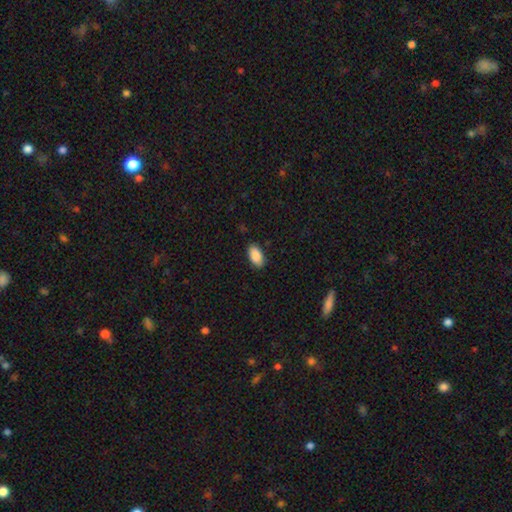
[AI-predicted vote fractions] This appears to be a smooth galaxy with no disk features (90%) that is in between round and cigar-shaped (94%). Merging: none (87%).